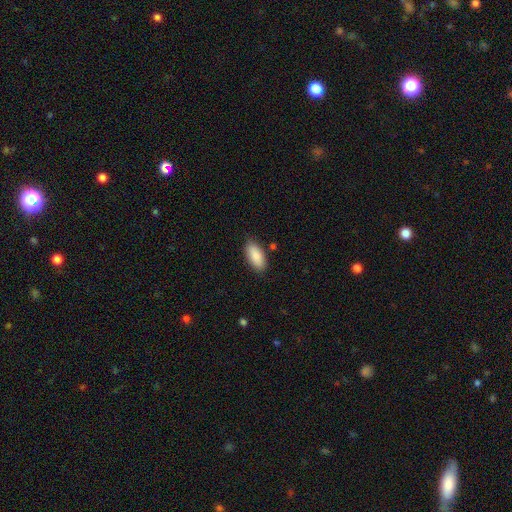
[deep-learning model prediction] Smooth or featured?
  - smooth: 88% *
  - featured or disk: 6%
  - star or artifact: 6%
How rounded?
  - in between: 89% *
  - cigar-shaped: 9%
  - round: 2%
Merging?
  - none: 84% *
  - minor disturbance: 11%
  - major disturbance: 2%
  - merger: 2%